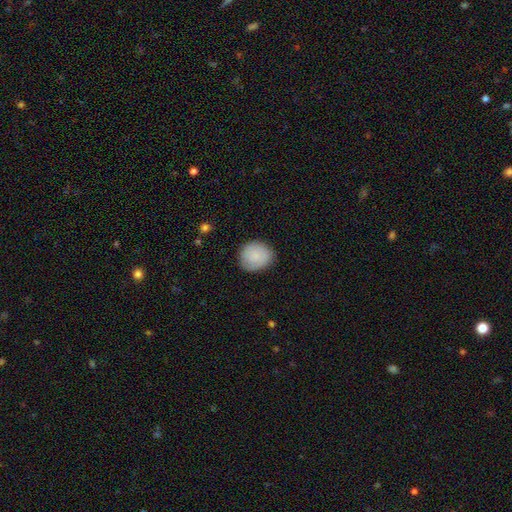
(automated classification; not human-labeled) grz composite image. It shows a smooth galaxy with no disk features (81%) that is round (77%). Merging: none (81%).